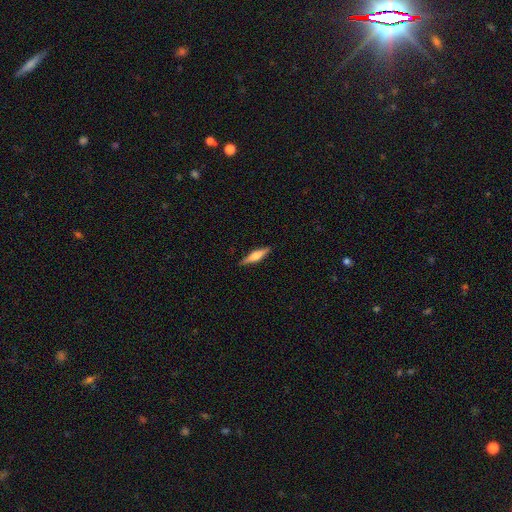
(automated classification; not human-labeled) Smooth or featured? featured or disk (51%)
Edge-on disk? yes (96%)
Merging? none (88%)